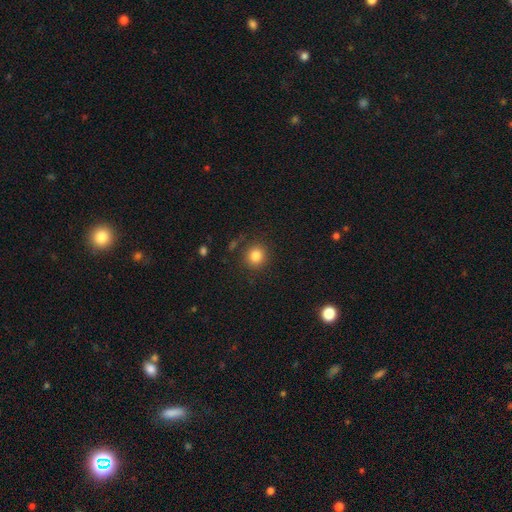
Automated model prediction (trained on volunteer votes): This appears to be a smooth galaxy with no disk features (83%) that is round (89%). Merging: none (86%).